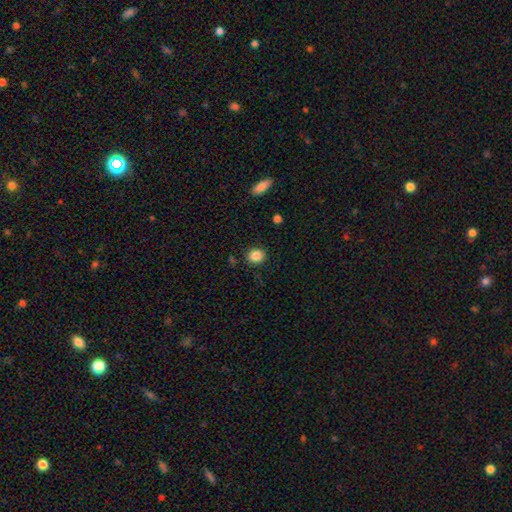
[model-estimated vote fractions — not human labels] A smooth galaxy with no disk features (86%) that is round (74%). Merging: none (88%).